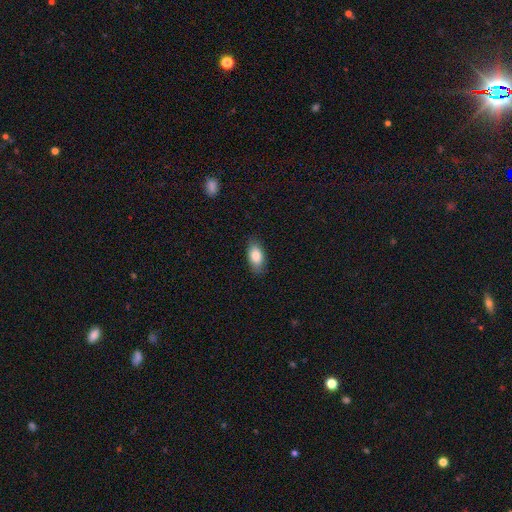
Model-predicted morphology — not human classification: This is clearly a smooth galaxy (84%). How rounded: clearly in between (90%). Merging: clearly none (85%).